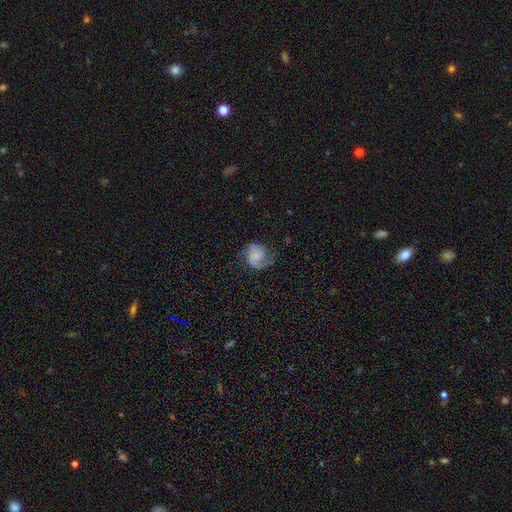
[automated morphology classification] type=featured or disk (74%); edge-on=no (98%); bar=no (71%); spiral arms=yes (95%); winding=medium (46%); arm count=2 (77%); bulge=small (58%); merging=none (65%).